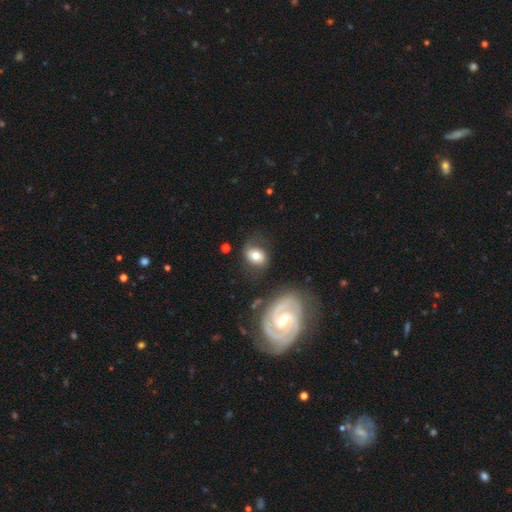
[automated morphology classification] smooth 60%, featured or disk 31%, star or artifact 9%. Down the decision tree: how rounded — in between (57%); merging — none (62%).